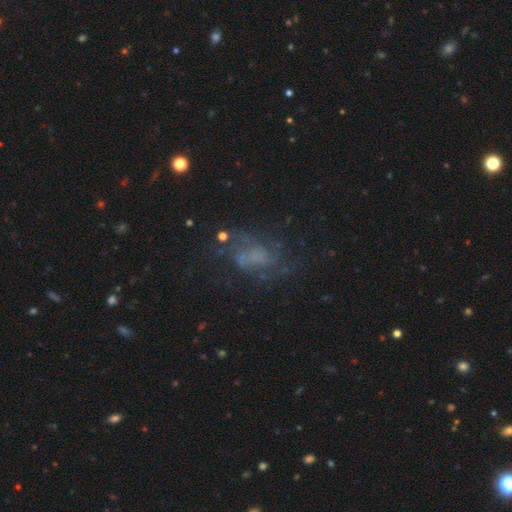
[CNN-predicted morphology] featured or disk 59%, smooth 22%, star or artifact 20%. Down the decision tree: edge-on disk — no (96%); bar — no (72%); spiral arms — yes (60%); bulge size — none (60%); merging — none (51%).